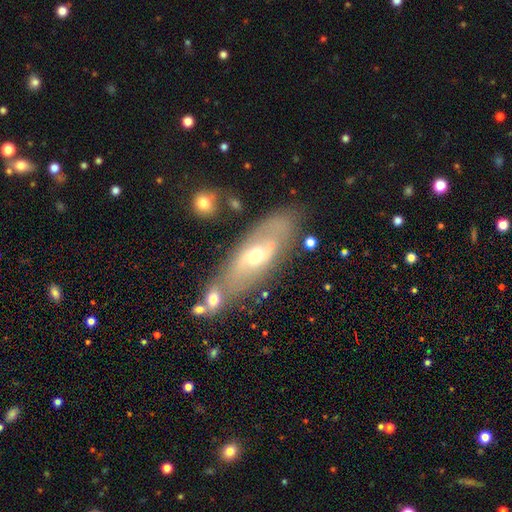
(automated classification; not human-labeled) Overall: featured or disk (51%; smooth 40%). Edge-on disk: no (76%). Merging: none (54%; merger 26%).